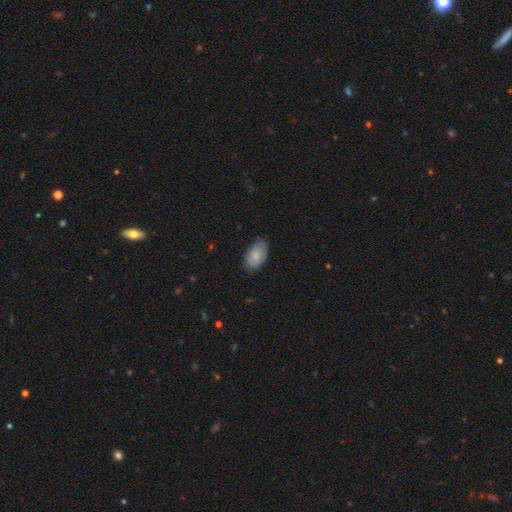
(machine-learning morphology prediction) This appears to be a smooth galaxy with no disk features (78%) that is in between round and cigar-shaped (93%). Merging: none (73%).